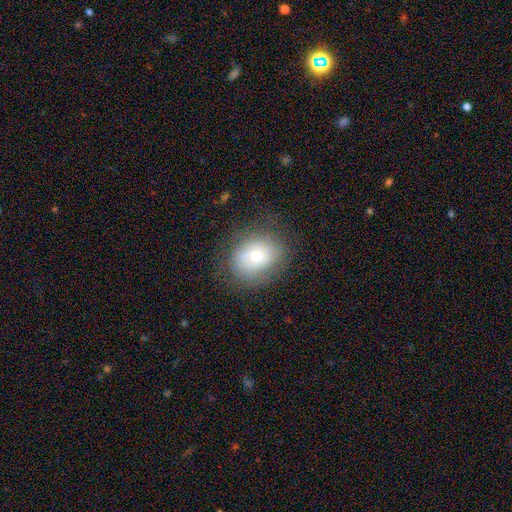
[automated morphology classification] type=smooth (58%); roundness=round (54%); merging=none (70%).